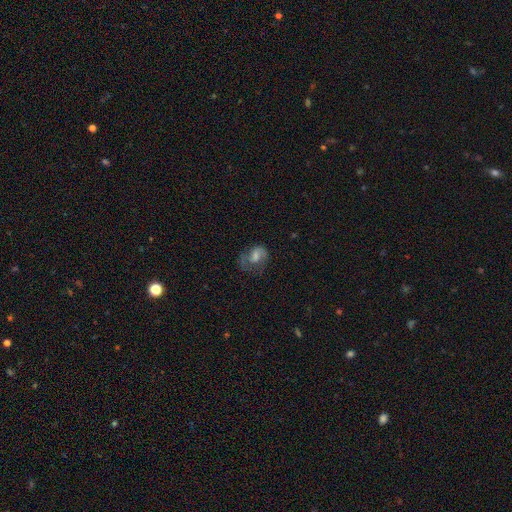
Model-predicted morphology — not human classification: Smooth or featured?
  - smooth: 47% *
  - featured or disk: 43%
  - star or artifact: 11%
Merging?
  - major disturbance: 38% *
  - none: 34%
  - minor disturbance: 24%
  - merger: 4%